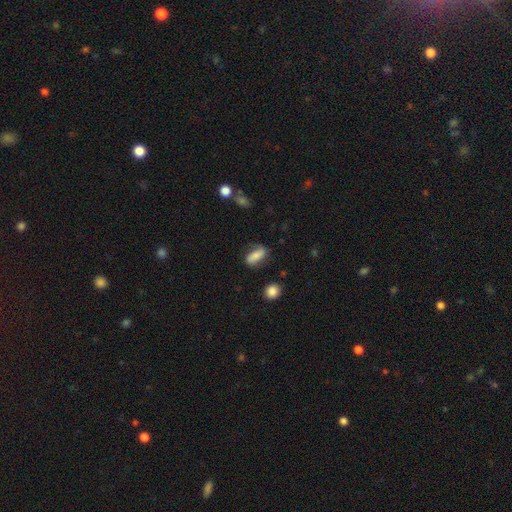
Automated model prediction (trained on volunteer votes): Q: Smooth or featured?
A: smooth (62%); runner-up: featured or disk (30%)
Q: How rounded?
A: in between (82%); runner-up: cigar-shaped (13%)
Q: Merging?
A: none (64%); runner-up: minor disturbance (23%)